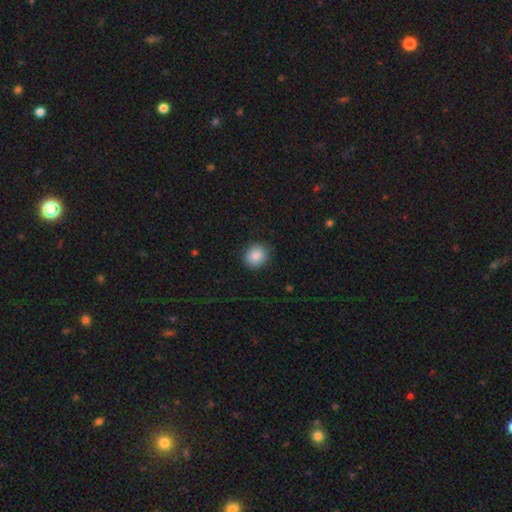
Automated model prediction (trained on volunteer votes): Smooth or featured? Predicted: smooth (p=0.86). How rounded? Predicted: round (p=0.75). Merging? Predicted: none (p=0.88).